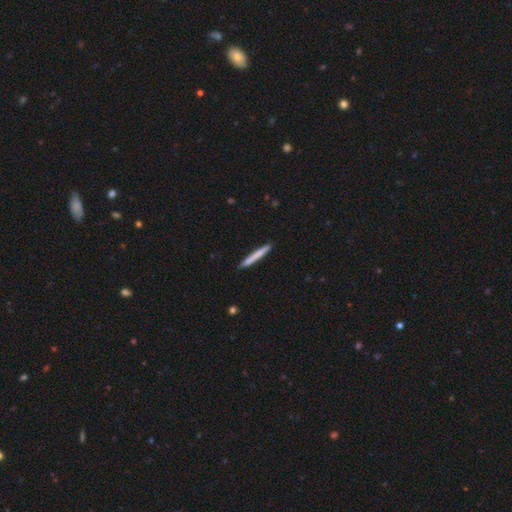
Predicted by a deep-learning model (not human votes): Smooth or featured?
  - smooth: 69% *
  - featured or disk: 25%
  - star or artifact: 5%
How rounded?
  - cigar-shaped: 97% *
  - in between: 2%
  - round: 1%
Merging?
  - none: 91% *
  - minor disturbance: 7%
  - major disturbance: 1%
  - merger: 1%